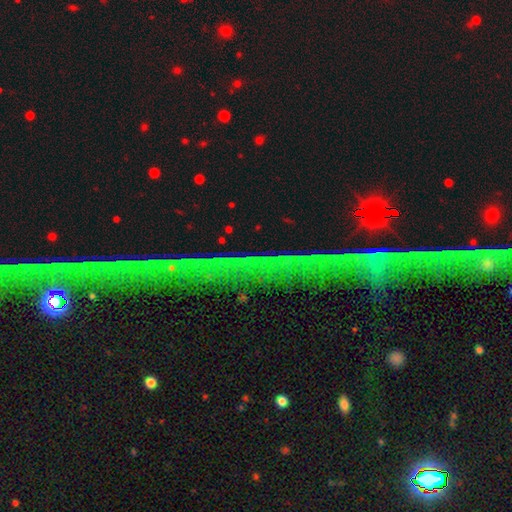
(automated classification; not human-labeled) smooth_or_featured: star or artifact (p=0.75) [alt: smooth p=0.13]